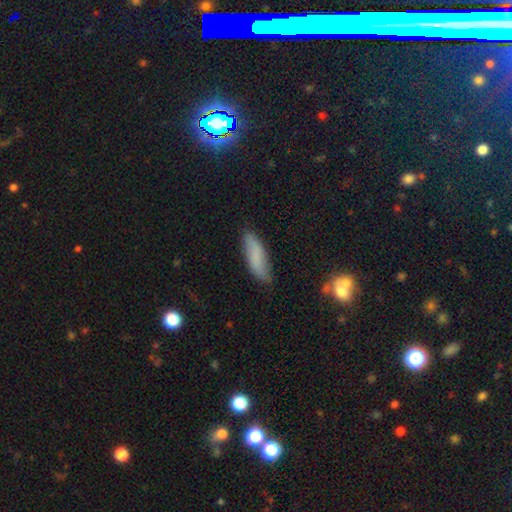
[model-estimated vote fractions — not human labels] smooth 72%, featured or disk 20%, star or artifact 8%. Down the decision tree: how rounded — cigar-shaped (51%); merging — none (76%).